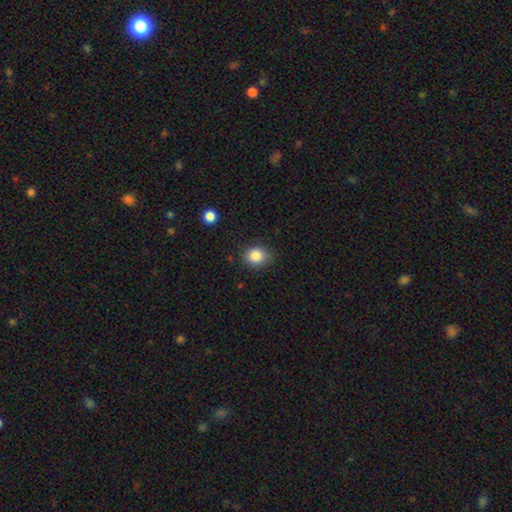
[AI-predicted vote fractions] Smooth or featured? smooth (86%)
How rounded? round (67%)
Merging? none (80%)